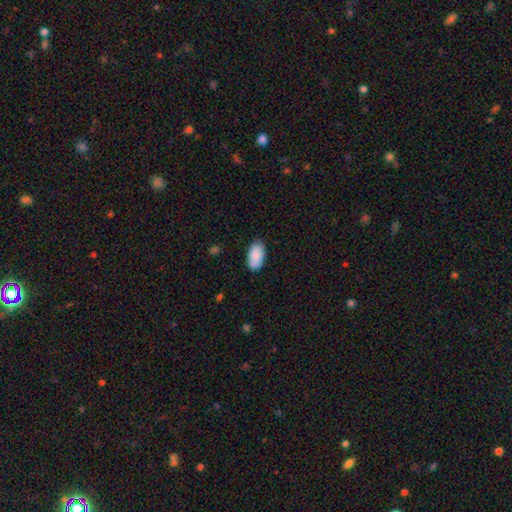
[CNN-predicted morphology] A smooth galaxy with no disk features (88%) that is in between round and cigar-shaped (95%). Merging: none (83%).